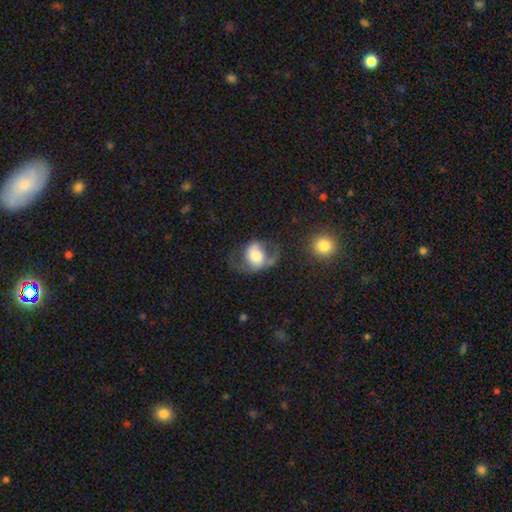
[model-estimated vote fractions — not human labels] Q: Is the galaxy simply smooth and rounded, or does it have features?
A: featured or disk — 50%.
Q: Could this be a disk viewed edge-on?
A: no — 95%.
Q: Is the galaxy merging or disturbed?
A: none — 39%.